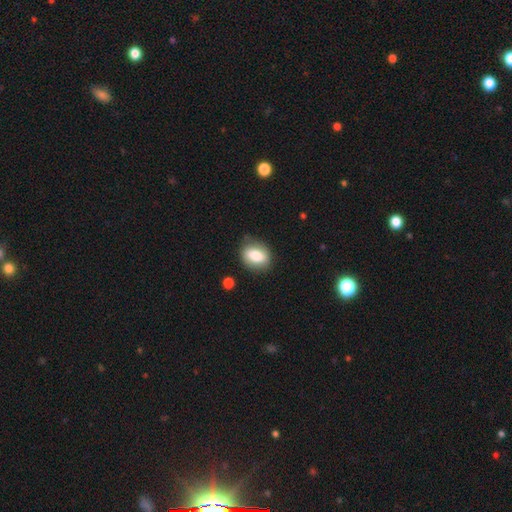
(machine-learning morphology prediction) Smooth or featured? smooth (74%)
How rounded? in between (63%)
Merging? none (79%)